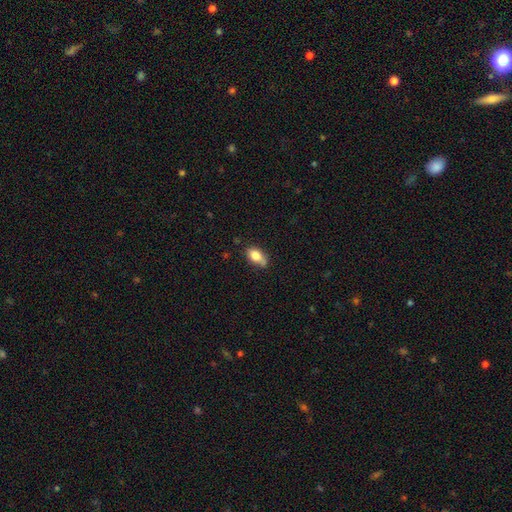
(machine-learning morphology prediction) A smooth galaxy with no disk features (79%) that is in between round and cigar-shaped (86%).

Vote fractions:
- Smooth or featured? smooth: 79% / featured or disk: 12% / star or artifact: 8%
- How rounded? in between: 86% / round: 10% / cigar-shaped: 4%
- Merging? none: 55% / minor disturbance: 30% / merger: 8% / major disturbance: 7%